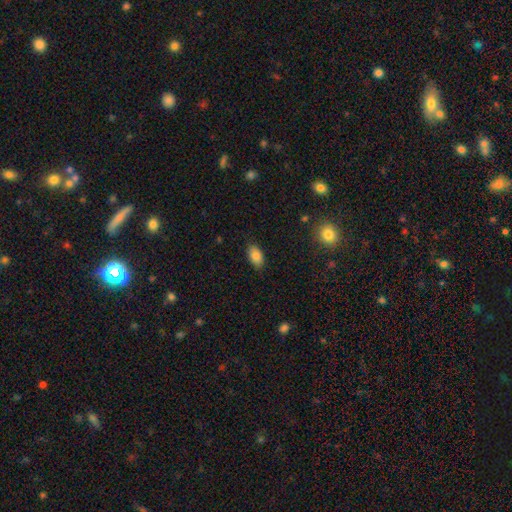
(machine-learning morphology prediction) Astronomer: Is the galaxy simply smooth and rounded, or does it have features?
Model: smooth — 86%.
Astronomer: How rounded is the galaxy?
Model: in between — 92%.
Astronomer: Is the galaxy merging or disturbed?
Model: none — 85%.